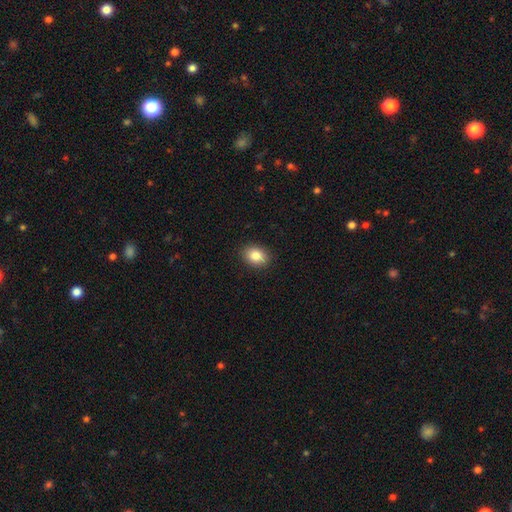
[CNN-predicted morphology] smooth 85%, star or artifact 9%, featured or disk 7%. Down the decision tree: how rounded — in between (72%); merging — none (90%).